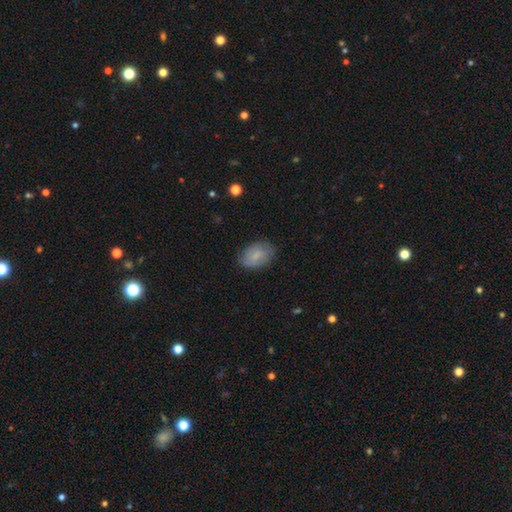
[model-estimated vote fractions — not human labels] Smooth or featured?
  - smooth: 69% *
  - featured or disk: 24%
  - star or artifact: 7%
How rounded?
  - in between: 83% *
  - round: 16%
  - cigar-shaped: 1%
Merging?
  - none: 78% *
  - minor disturbance: 18%
  - major disturbance: 4%
  - merger: 1%